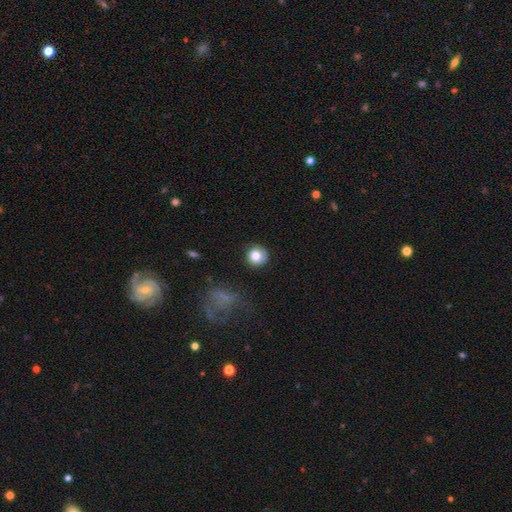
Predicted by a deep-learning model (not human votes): Q: Smooth or featured?
A: smooth (80%); runner-up: featured or disk (10%)
Q: How rounded?
A: round (91%); runner-up: in between (8%)
Q: Merging?
A: none (77%); runner-up: minor disturbance (16%)